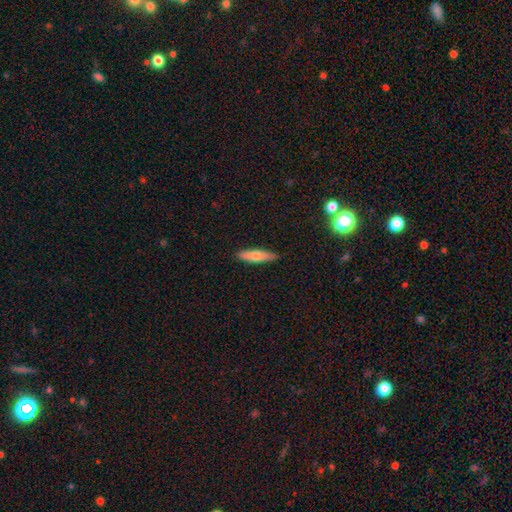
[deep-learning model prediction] The model was most divided on "smooth or featured": smooth: 63%, featured or disk: 30%, star or artifact: 7%. More confident: merging — none (89%); how rounded — cigar-shaped (75%).